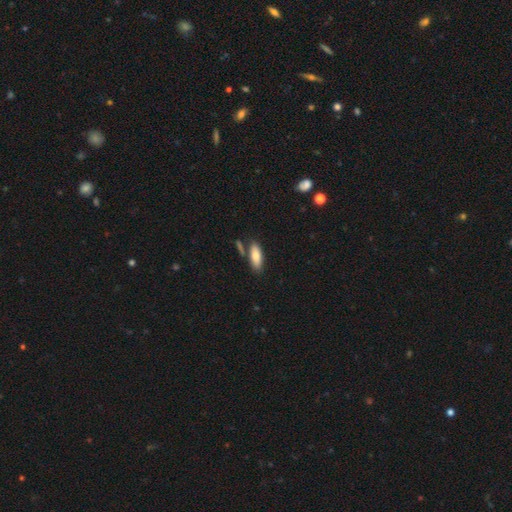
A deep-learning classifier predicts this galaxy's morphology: smooth_or_featured: smooth (p=0.79) [alt: featured or disk p=0.15]
how_rounded: in between (p=0.69) [alt: cigar-shaped p=0.29]
merging: none (p=0.74) [alt: minor disturbance p=0.12]